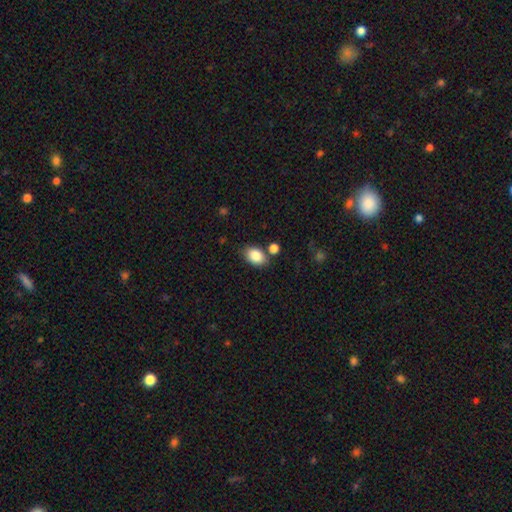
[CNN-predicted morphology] Smooth or featured: smooth — 87% (star or artifact — 8%)
How rounded: in between — 85% (round — 14%)
Merging: none — 74% (minor disturbance — 13%)